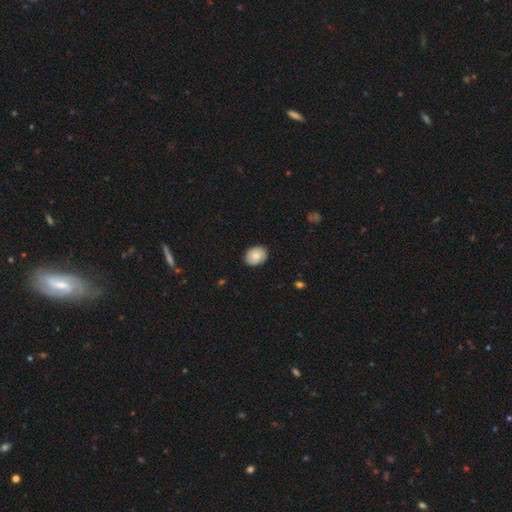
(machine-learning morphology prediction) Smooth or featured?
  - smooth: 77% *
  - featured or disk: 15%
  - star or artifact: 7%
How rounded?
  - in between: 55% *
  - round: 44%
  - cigar-shaped: 1%
Merging?
  - none: 85% *
  - minor disturbance: 12%
  - major disturbance: 2%
  - merger: 1%